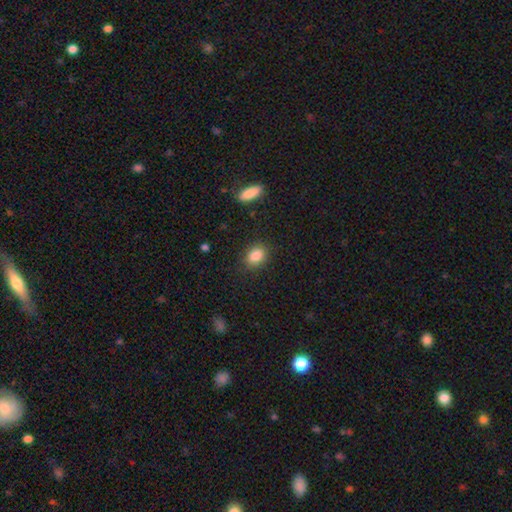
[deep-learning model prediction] Smooth or featured?
  - smooth: 86% *
  - star or artifact: 9%
  - featured or disk: 5%
How rounded?
  - in between: 71% *
  - round: 28%
  - cigar-shaped: 2%
Merging?
  - none: 85% *
  - minor disturbance: 10%
  - major disturbance: 3%
  - merger: 2%